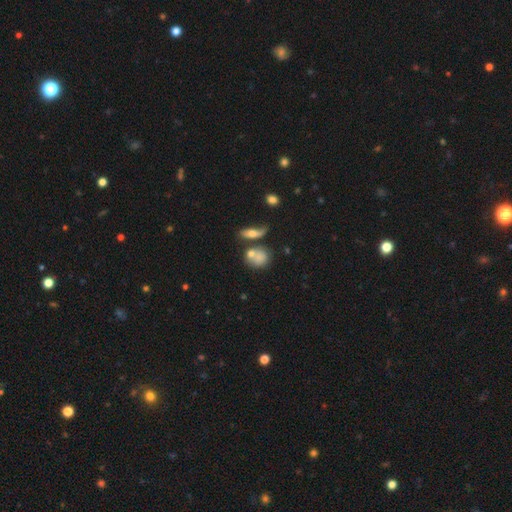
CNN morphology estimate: This is likely a smooth galaxy (73%). How rounded: likely round (61%). Merging: marginally none (40%).